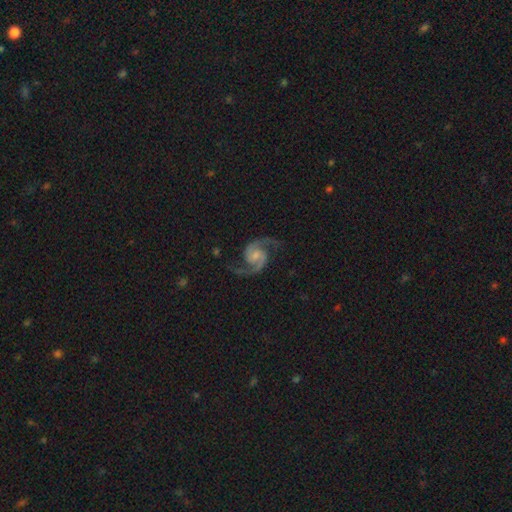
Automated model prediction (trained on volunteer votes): Smooth or featured? Predicted: featured or disk (p=0.93). Edge-on disk? Predicted: no (p=0.98). Bar? Predicted: no (p=0.53). Spiral arms? Predicted: yes (p=0.99). Spiral winding? Predicted: medium (p=0.55). Spiral arm count? Predicted: 2 (p=0.95). Bulge size? Predicted: small (p=0.36). Merging? Predicted: none (p=0.81).